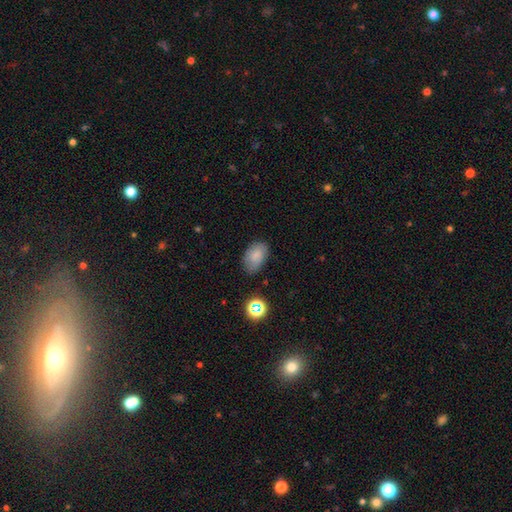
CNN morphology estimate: Smooth or featured? smooth (80%)
How rounded? in between (90%)
Merging? none (74%)